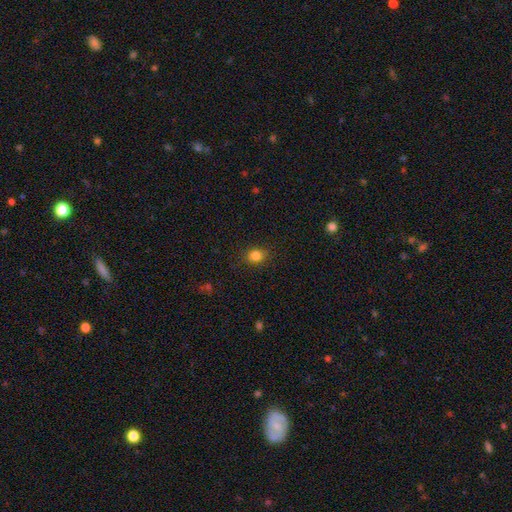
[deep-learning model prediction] Smooth or featured: smooth — 83% (star or artifact — 12%)
How rounded: round — 72% (in between — 27%)
Merging: none — 87% (minor disturbance — 9%)